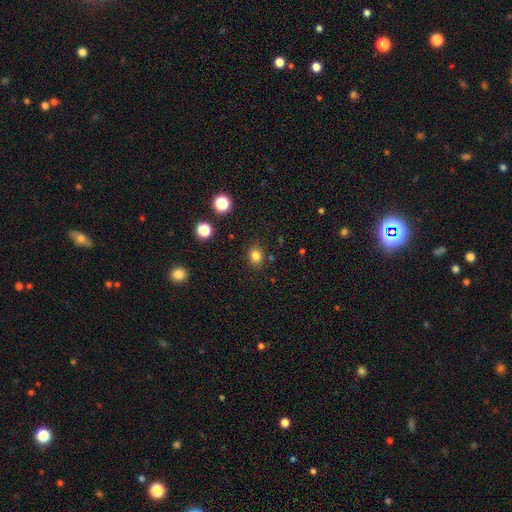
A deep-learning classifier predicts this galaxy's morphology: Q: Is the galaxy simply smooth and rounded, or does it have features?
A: smooth — 82%.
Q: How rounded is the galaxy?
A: round — 64%.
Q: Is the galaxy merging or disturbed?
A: none — 86%.